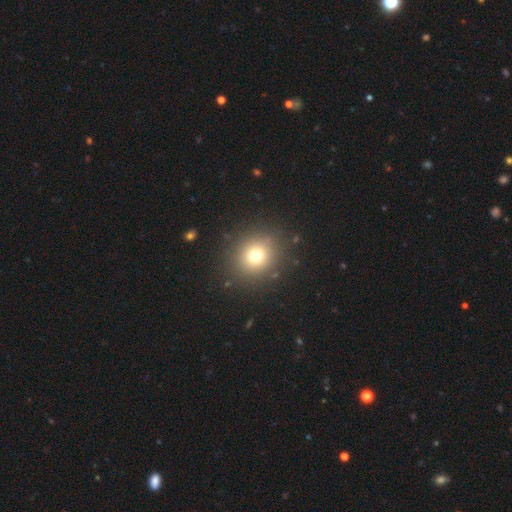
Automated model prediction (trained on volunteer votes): This is likely a smooth galaxy (73%). How rounded: clearly round (85%). Merging: clearly none (88%).